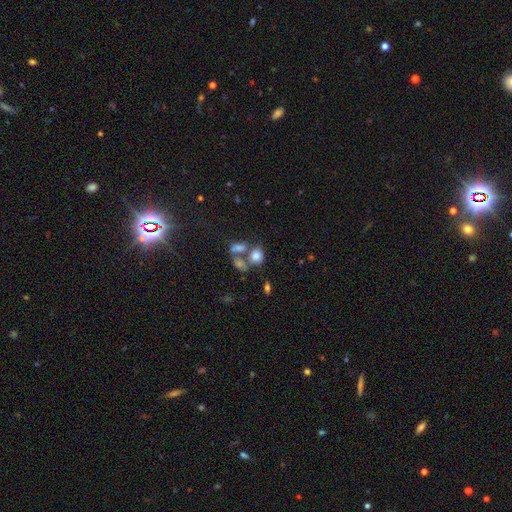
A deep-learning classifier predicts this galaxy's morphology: A smooth galaxy with no disk features (76%) that is in between round and cigar-shaped (58%).

Vote fractions:
- Smooth or featured? smooth: 76% / featured or disk: 12% / star or artifact: 12%
- How rounded? in between: 58% / round: 41% / cigar-shaped: 2%
- Merging? merger: 43% / none: 37% / minor disturbance: 12% / major disturbance: 8%